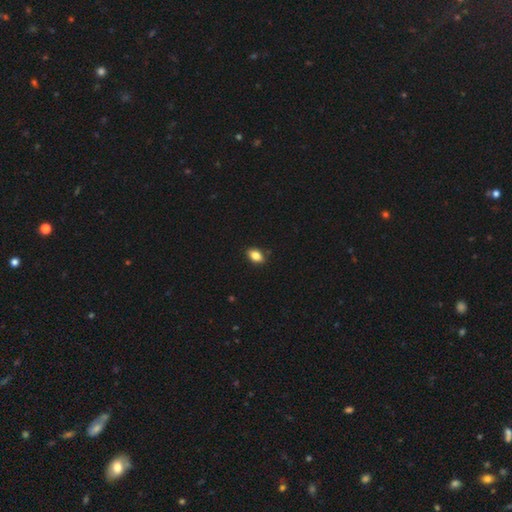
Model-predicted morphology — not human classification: type=smooth (85%); roundness=in between (82%); merging=none (87%).